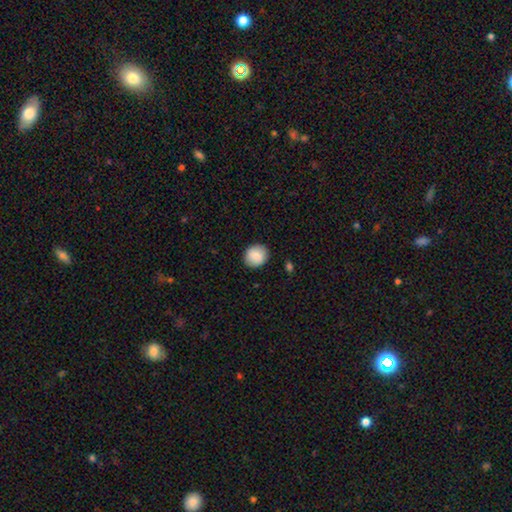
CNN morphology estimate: A smooth galaxy with no disk features (87%) that is round (84%). Merging: none (89%).